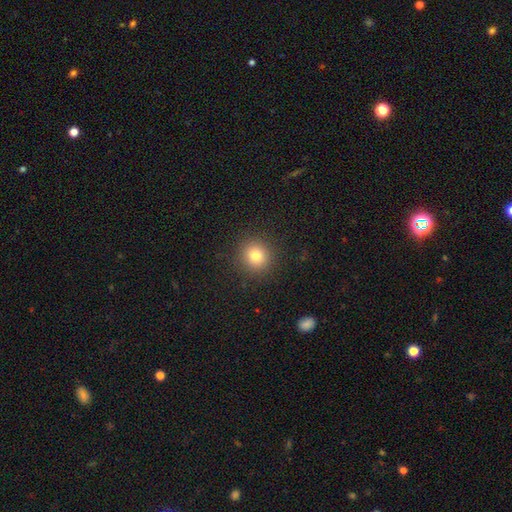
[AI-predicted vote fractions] The model was most divided on "smooth or featured": smooth: 79%, star or artifact: 13%, featured or disk: 8%. More confident: how rounded — round (93%); merging — none (91%).